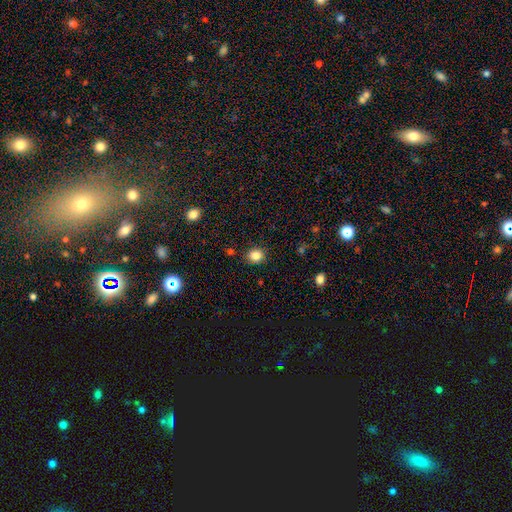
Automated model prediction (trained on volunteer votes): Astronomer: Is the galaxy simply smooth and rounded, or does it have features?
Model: smooth — 85%.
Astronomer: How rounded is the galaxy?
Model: round — 71%.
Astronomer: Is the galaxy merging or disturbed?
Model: none — 87%.